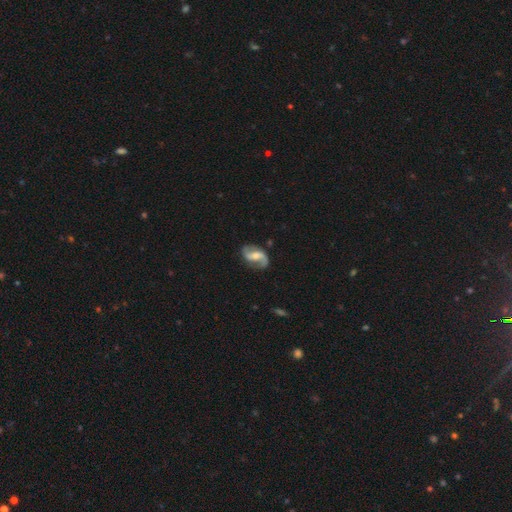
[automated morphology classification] smooth-or-featured: featured or disk: 87% | smooth: 8% | star or artifact: 4%
  disk-edge-on: no: 97% | yes: 3%
    bar: weak: 45% | no: 29% | strong: 27%
    has-spiral-arms: yes: 96% | no: 4%
      spiral-winding: loose: 49% | medium: 39% | tight: 12%
      spiral-arm-count: 2: 92% | 1: 3% | can't tell: 2% | 3: 1% | 4: 1% | more than 4: 1%
    bulge-size: moderate: 52% | small: 38% | none: 5% | large: 4% | dominant: 1%
  merging: none: 80% | minor disturbance: 14% | major disturbance: 5% | merger: 2%